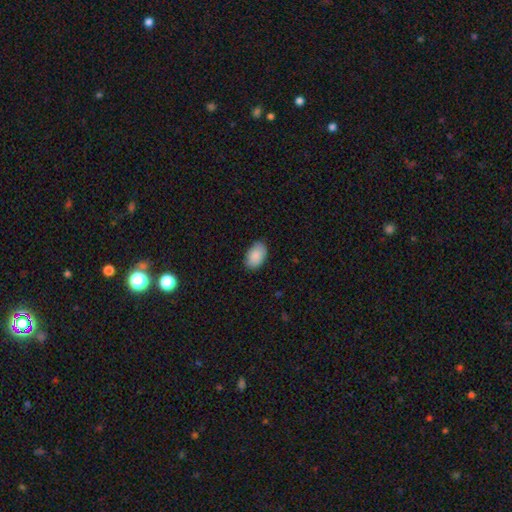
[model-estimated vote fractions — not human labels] Overall: smooth (89%). How rounded: in between (93%). Merging: none (85%).